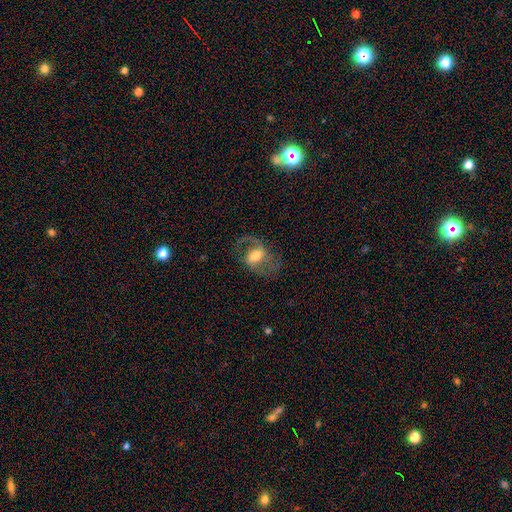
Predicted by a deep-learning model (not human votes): This appears to be a featured or disk galaxy (76%) with a weak bar (46%), 2 (82%) medium (49%) spiral arms (88%) and a moderate central bulge (63%). Merging: none (67%).